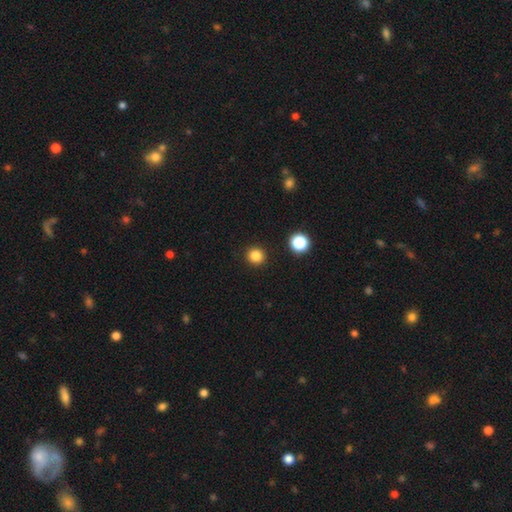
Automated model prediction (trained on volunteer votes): Overall: smooth (84%). How rounded: round (93%). Merging: none (92%).